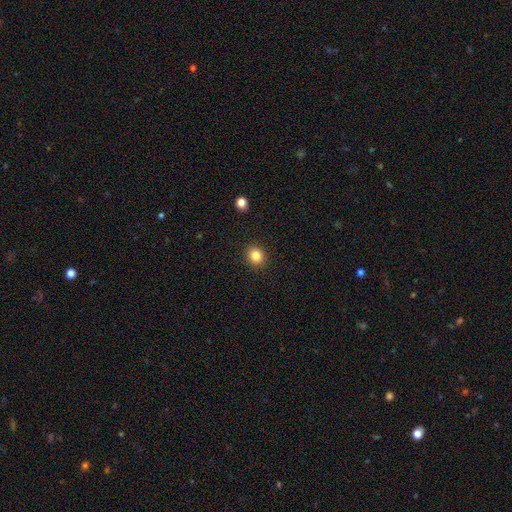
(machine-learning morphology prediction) Q: Smooth or featured?
A: smooth (83%); runner-up: star or artifact (11%)
Q: How rounded?
A: round (79%); runner-up: in between (20%)
Q: Merging?
A: none (91%); runner-up: minor disturbance (6%)